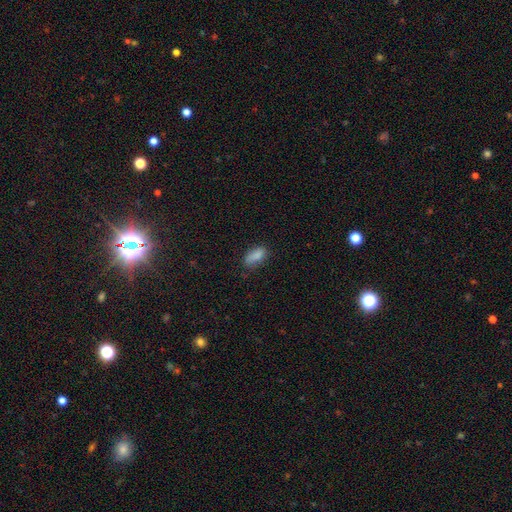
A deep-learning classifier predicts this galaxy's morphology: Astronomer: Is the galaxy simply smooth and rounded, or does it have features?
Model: smooth — 86%.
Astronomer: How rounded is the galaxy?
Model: in between — 88%.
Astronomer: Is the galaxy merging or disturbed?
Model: none — 70%.